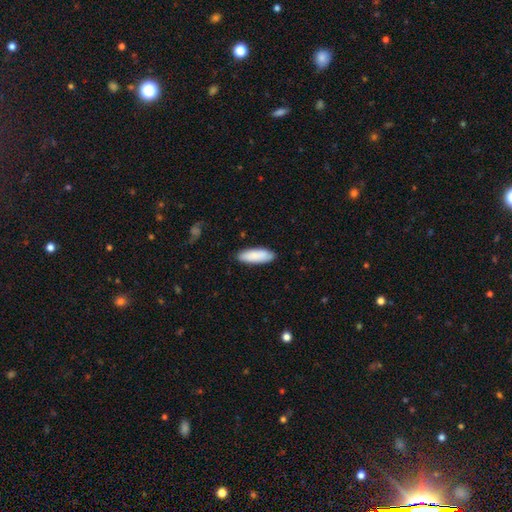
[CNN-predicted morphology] A smooth galaxy with no disk features (87%) that is in between round and cigar-shaped (62%). Merging: none (86%).